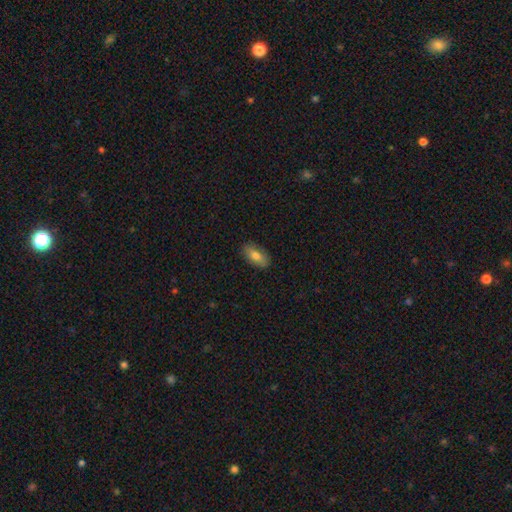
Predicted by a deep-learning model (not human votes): Smooth or featured: smooth — 77% (featured or disk — 16%)
How rounded: in between — 89% (cigar-shaped — 7%)
Merging: none — 86% (minor disturbance — 11%)